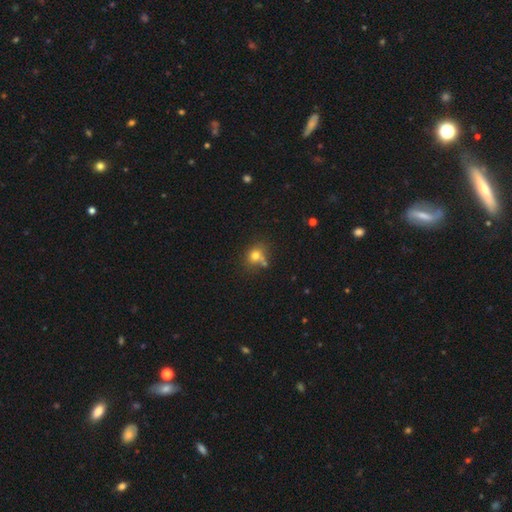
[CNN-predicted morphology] smooth-or-featured: smooth: 75% | star or artifact: 14% | featured or disk: 11%
  how-rounded: round: 72% | in between: 27% | cigar-shaped: 1%
  merging: none: 59% | merger: 21% | minor disturbance: 15% | major disturbance: 5%